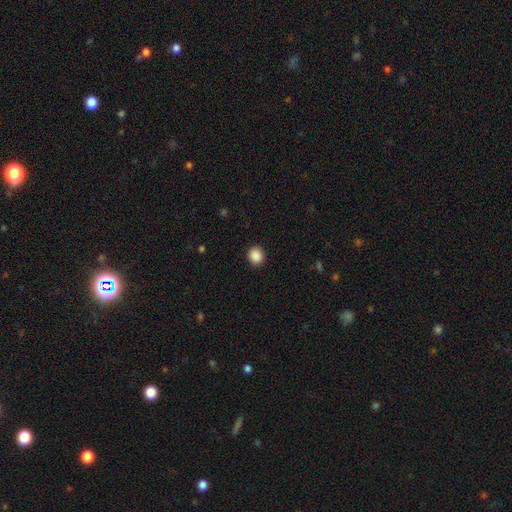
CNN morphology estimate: type=smooth (89%); roundness=round (79%); merging=none (91%).